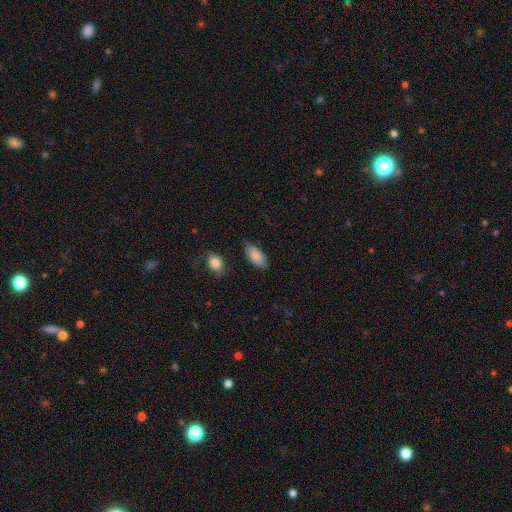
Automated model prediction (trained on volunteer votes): A smooth galaxy with no disk features (87%) that is in between round and cigar-shaped (91%). Merging: none (77%).